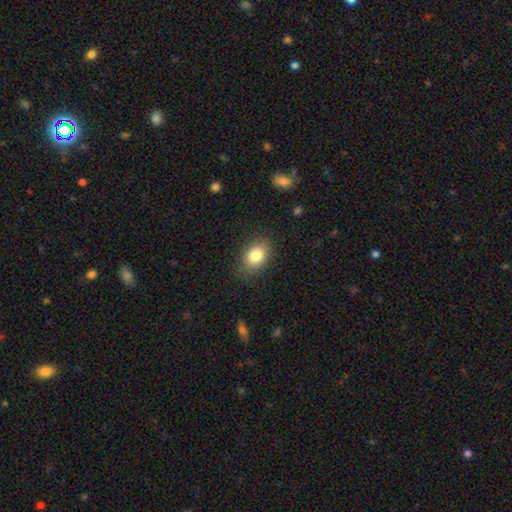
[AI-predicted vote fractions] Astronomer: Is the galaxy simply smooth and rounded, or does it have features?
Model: smooth — 82%.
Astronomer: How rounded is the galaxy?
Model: in between — 73%.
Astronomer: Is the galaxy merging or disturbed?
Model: none — 83%.